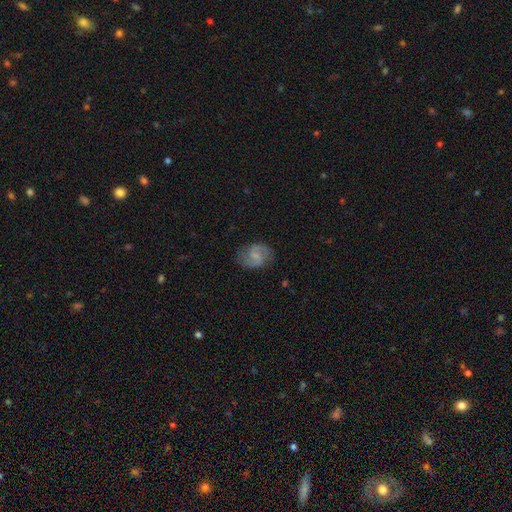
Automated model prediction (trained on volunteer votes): Overall: featured or disk (80%). Edge-on disk: no (98%). Bar: weak (54%; no 34%). Spiral arms: yes (96%). Spiral arm count: 2 (92%). Spiral winding: medium (57%; loose 28%). Bulge size: small (42%; none 38%). Merging: none (81%).